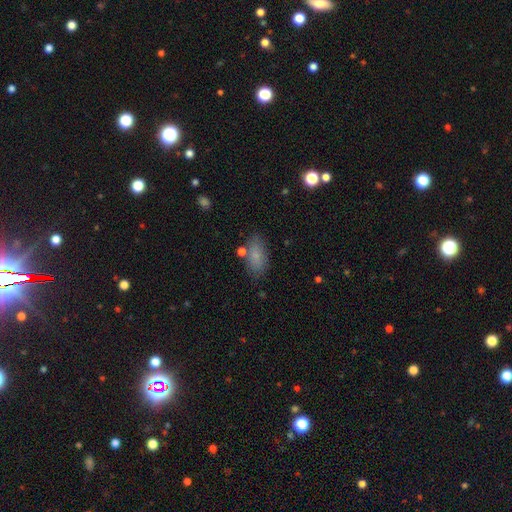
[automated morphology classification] Smooth or featured: smooth — 78% (featured or disk — 13%)
How rounded: in between — 87% (cigar-shaped — 8%)
Merging: none — 77% (minor disturbance — 14%)